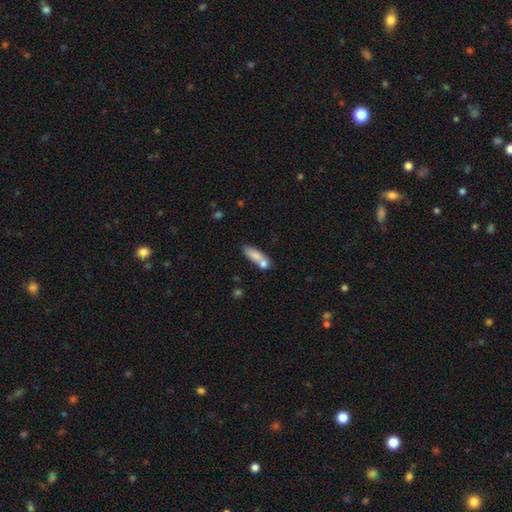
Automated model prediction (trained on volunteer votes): Smooth or featured?
  - smooth: 77% *
  - featured or disk: 16%
  - star or artifact: 7%
How rounded?
  - in between: 62% *
  - cigar-shaped: 34%
  - round: 4%
Merging?
  - none: 44% *
  - merger: 37%
  - minor disturbance: 14%
  - major disturbance: 5%